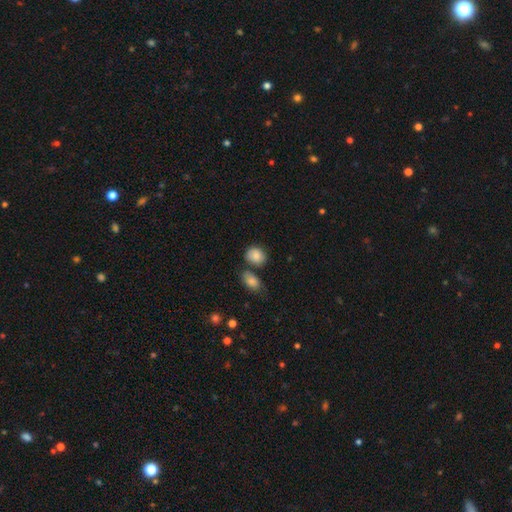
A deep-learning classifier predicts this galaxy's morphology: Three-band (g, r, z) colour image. It shows a smooth galaxy with no disk features (83%) that is round (56%). Merging: none (58%).